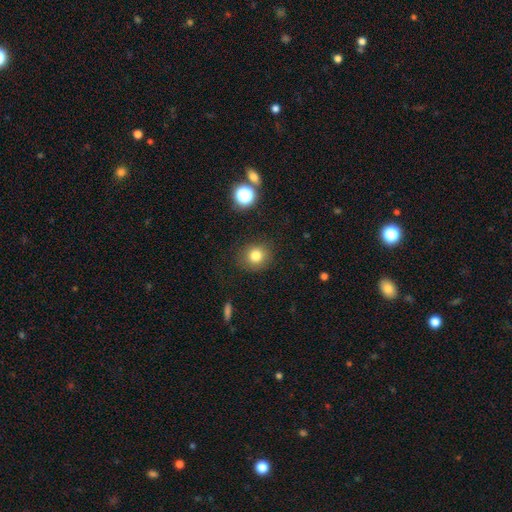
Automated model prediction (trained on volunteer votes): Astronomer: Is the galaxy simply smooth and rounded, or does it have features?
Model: smooth — 80%.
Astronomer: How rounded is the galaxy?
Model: round — 84%.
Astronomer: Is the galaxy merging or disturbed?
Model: none — 87%.